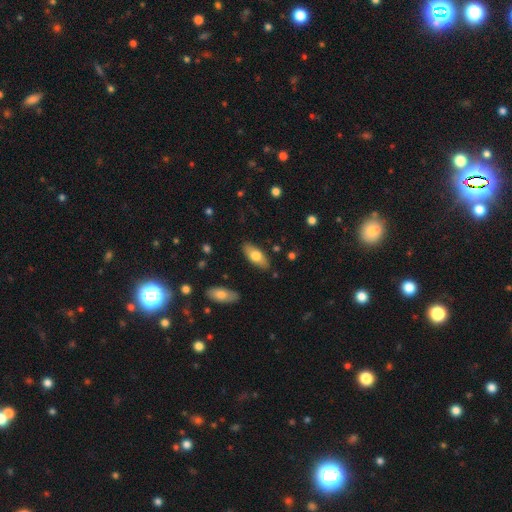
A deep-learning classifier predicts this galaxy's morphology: This appears to be a smooth galaxy with no disk features (70%) that is in between round and cigar-shaped (83%). Merging: none (86%).